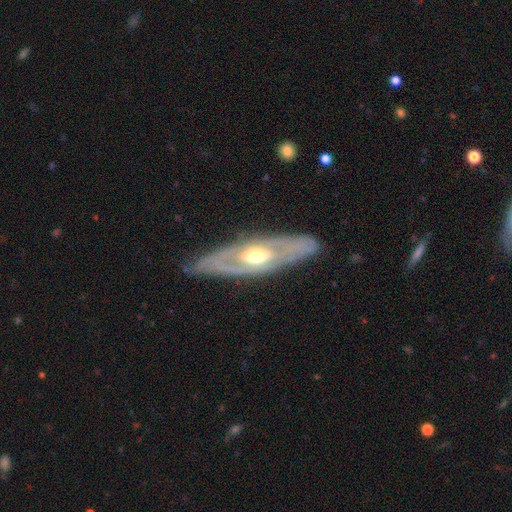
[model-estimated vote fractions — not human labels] This appears to be a featured or disk galaxy (78%) with no bar (67%), spiral arms (52%) and a moderate central bulge (73%). Merging: none (79%).